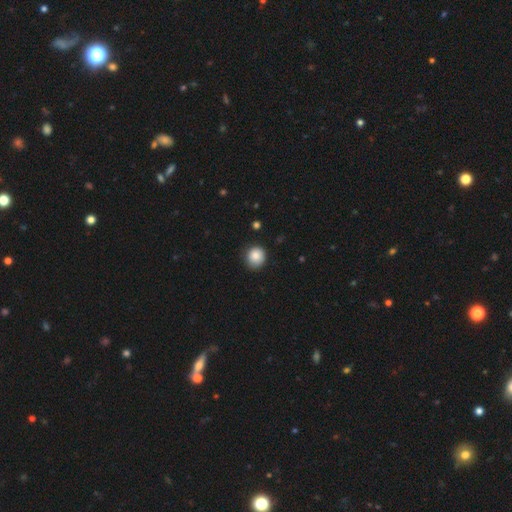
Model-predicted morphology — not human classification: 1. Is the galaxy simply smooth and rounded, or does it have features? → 86% smooth, 9% star or artifact, 5% featured or disk.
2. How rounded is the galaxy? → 87% round, 12% in between, 1% cigar-shaped.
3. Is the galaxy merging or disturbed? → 81% none, 15% minor disturbance, 3% major disturbance, 1% merger.